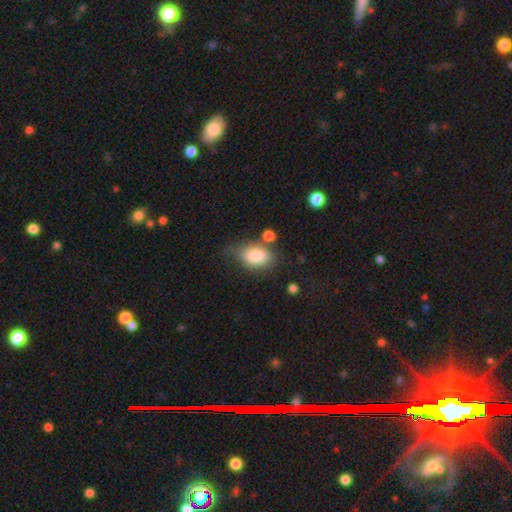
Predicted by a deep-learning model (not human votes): Smooth or featured?
  - smooth: 83% *
  - featured or disk: 10%
  - star or artifact: 8%
How rounded?
  - in between: 85% *
  - round: 14%
  - cigar-shaped: 2%
Merging?
  - none: 49% *
  - minor disturbance: 27%
  - merger: 13%
  - major disturbance: 11%